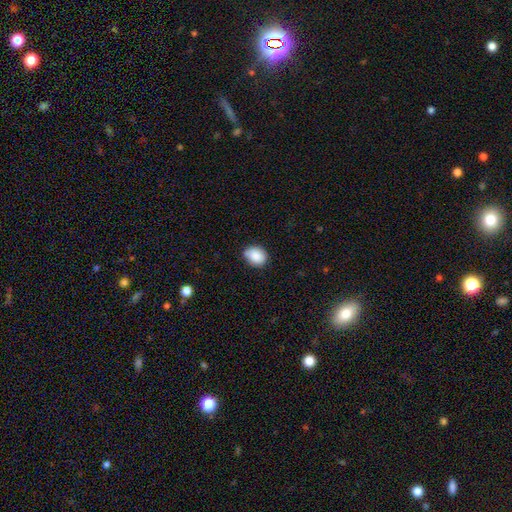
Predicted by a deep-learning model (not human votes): Q: Smooth or featured?
A: smooth (88%); runner-up: star or artifact (8%)
Q: How rounded?
A: round (53%); runner-up: in between (46%)
Q: Merging?
A: none (75%); runner-up: minor disturbance (19%)